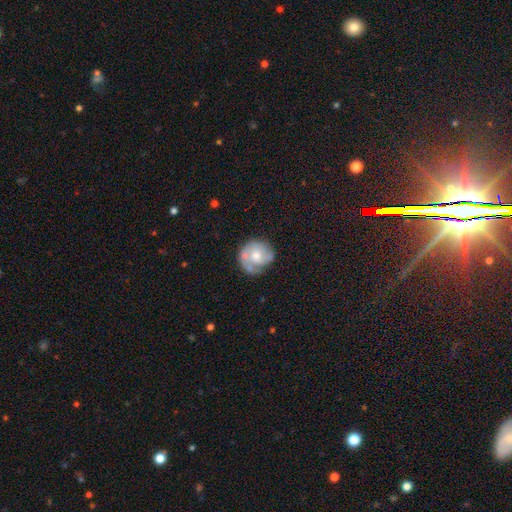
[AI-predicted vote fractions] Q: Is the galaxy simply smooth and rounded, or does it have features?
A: featured or disk — 55%.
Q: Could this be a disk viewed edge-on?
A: no — 98%.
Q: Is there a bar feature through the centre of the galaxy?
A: no — 79%.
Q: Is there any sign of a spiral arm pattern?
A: yes — 69%.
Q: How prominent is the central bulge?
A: moderate — 58%.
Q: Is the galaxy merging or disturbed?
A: none — 56%.